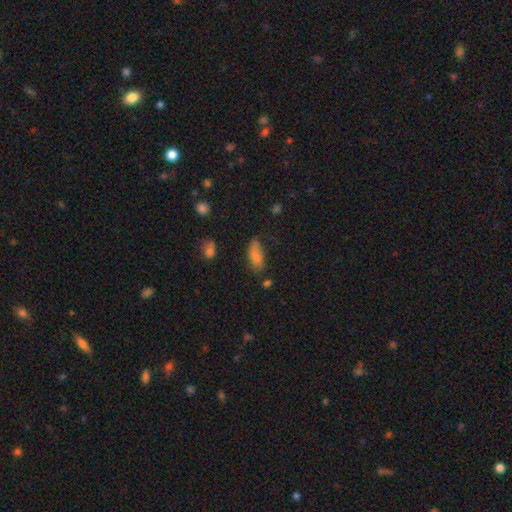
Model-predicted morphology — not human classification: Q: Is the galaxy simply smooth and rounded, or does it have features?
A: smooth — 82%.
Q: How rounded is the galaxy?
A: in between — 80%.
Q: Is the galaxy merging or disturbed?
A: none — 58%.